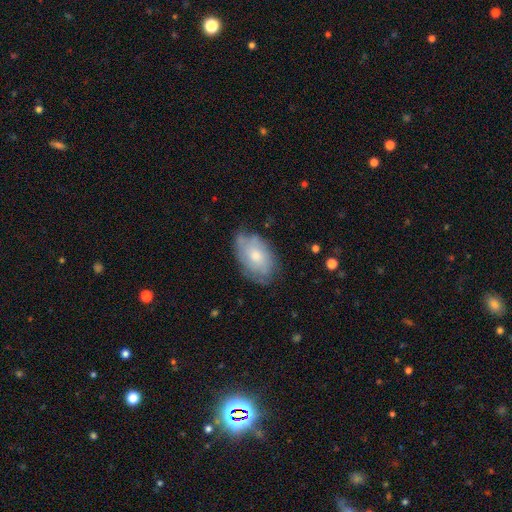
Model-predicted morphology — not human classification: This appears to be a smooth galaxy with no disk features (56%) that is in between round and cigar-shaped (91%). Merging: none (64%).